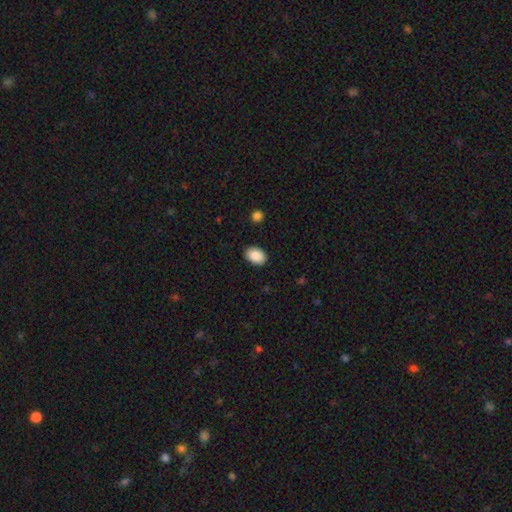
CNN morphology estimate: Q: Smooth or featured?
A: smooth (89%); runner-up: star or artifact (7%)
Q: How rounded?
A: in between (83%); runner-up: round (16%)
Q: Merging?
A: none (90%); runner-up: minor disturbance (7%)